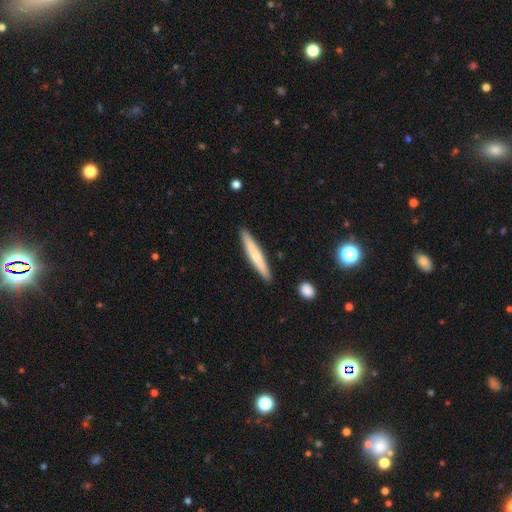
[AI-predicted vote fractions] Overall: smooth (63%; featured or disk 31%). How rounded: cigar-shaped (94%). Merging: none (91%).